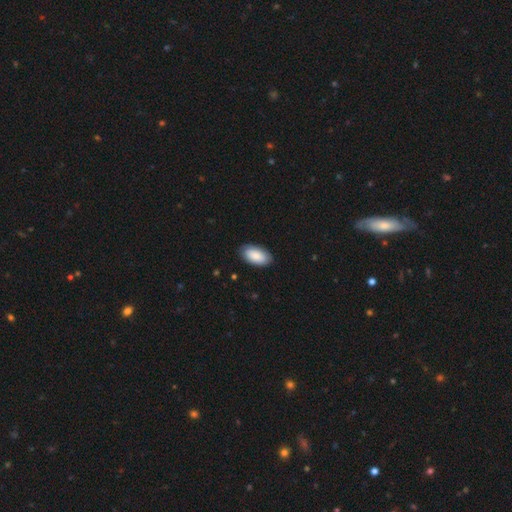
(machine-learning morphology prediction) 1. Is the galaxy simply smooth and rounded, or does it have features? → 86% smooth, 8% featured or disk, 5% star or artifact.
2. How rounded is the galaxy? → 95% in between, 2% cigar-shaped, 2% round.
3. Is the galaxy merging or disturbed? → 84% none, 13% minor disturbance, 2% major disturbance, 1% merger.